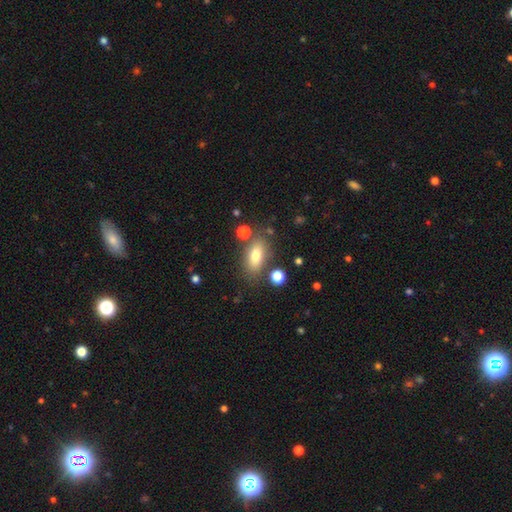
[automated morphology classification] Smooth or featured? Predicted: smooth (p=0.74). How rounded? Predicted: in between (p=0.82). Merging? Predicted: none (p=0.76).